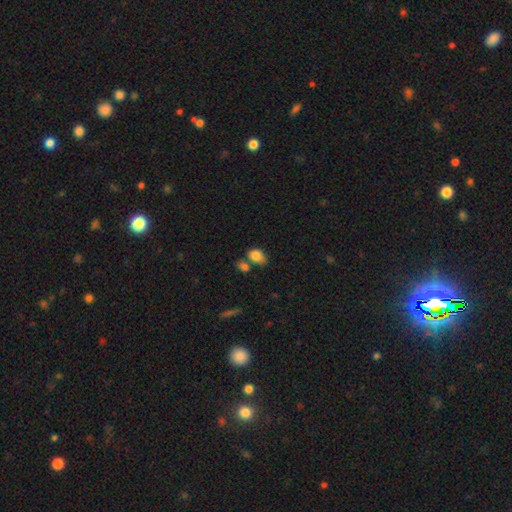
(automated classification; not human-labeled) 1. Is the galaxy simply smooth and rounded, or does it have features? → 83% smooth, 9% star or artifact, 8% featured or disk.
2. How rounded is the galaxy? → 82% in between, 16% round, 2% cigar-shaped.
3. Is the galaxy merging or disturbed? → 44% none, 29% merger, 20% minor disturbance, 7% major disturbance.